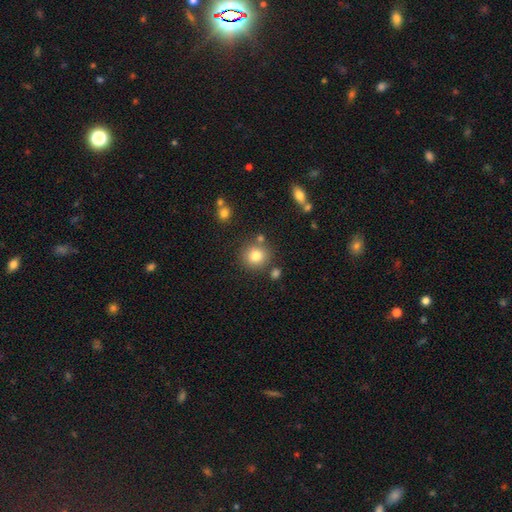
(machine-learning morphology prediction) This is clearly a smooth galaxy (80%). How rounded: clearly round (89%). Merging: likely none (78%).